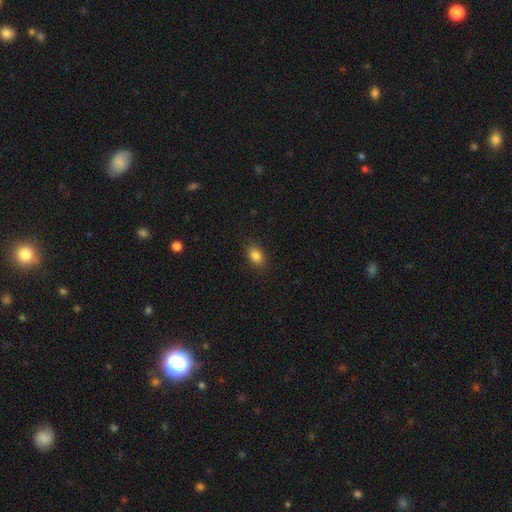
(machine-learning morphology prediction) smooth 85%, star or artifact 10%, featured or disk 6%. Down the decision tree: how rounded — in between (78%); merging — none (87%).